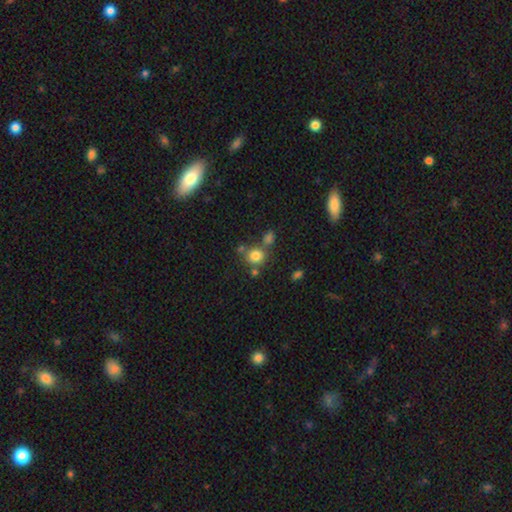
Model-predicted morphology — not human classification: Smooth or featured? smooth (79%)
How rounded? round (85%)
Merging? none (64%)